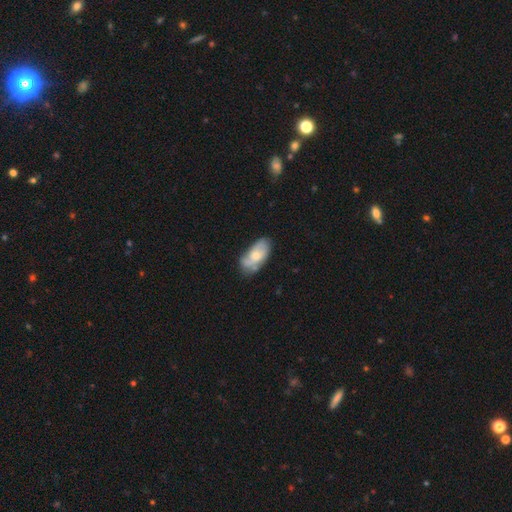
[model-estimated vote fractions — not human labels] Smooth or featured? Predicted: smooth (p=0.51). How rounded? Predicted: in between (p=0.93). Merging? Predicted: none (p=0.47).